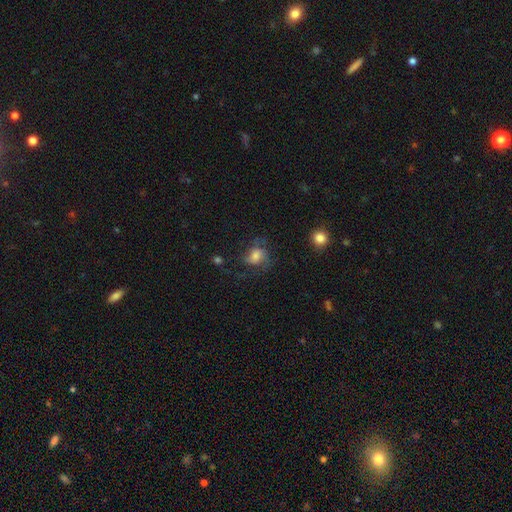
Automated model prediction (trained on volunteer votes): This appears to be a featured or disk galaxy (47%). Merging: none (51%).